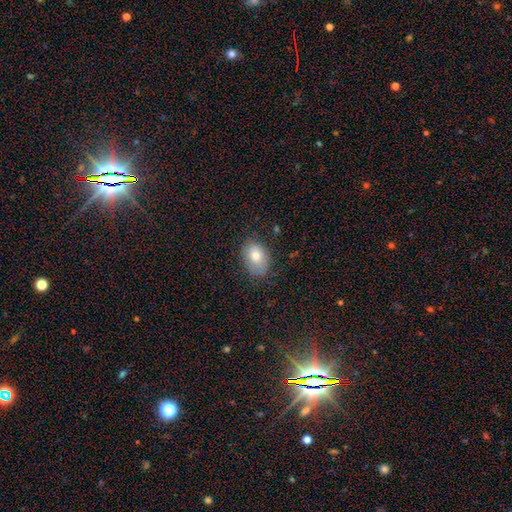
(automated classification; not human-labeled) A smooth galaxy with no disk features (77%) that is in between round and cigar-shaped (79%).

Vote fractions:
- Smooth or featured? smooth: 77% / featured or disk: 14% / star or artifact: 9%
- How rounded? in between: 79% / round: 20% / cigar-shaped: 1%
- Merging? none: 73% / minor disturbance: 21% / major disturbance: 5% / merger: 1%